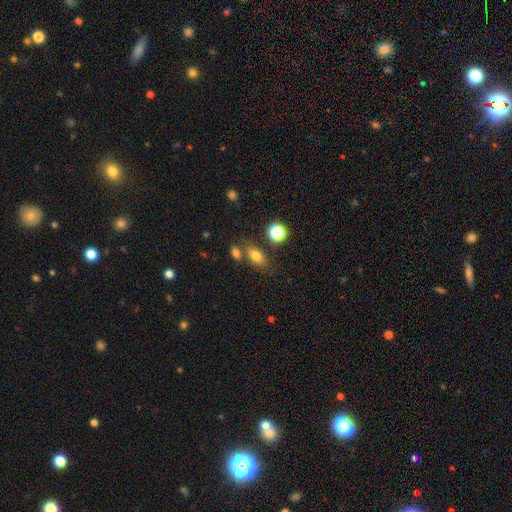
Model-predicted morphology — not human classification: smooth_or_featured: smooth (p=0.75) [alt: star or artifact p=0.13]
how_rounded: in between (p=0.80) [alt: round p=0.15]
merging: none (p=0.65) [alt: merger p=0.18]